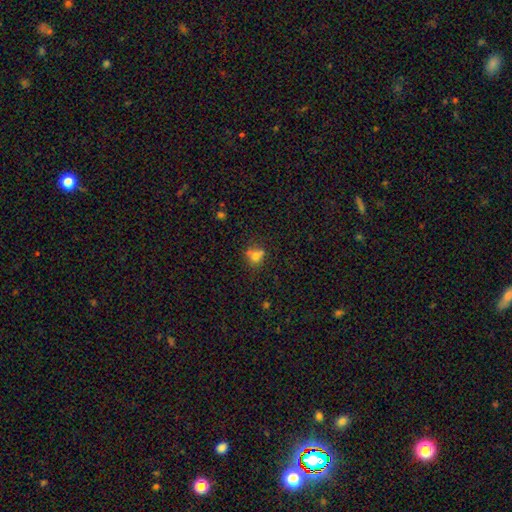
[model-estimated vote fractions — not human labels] A smooth galaxy with no disk features (71%) that is round (73%). Merging: none (54%).